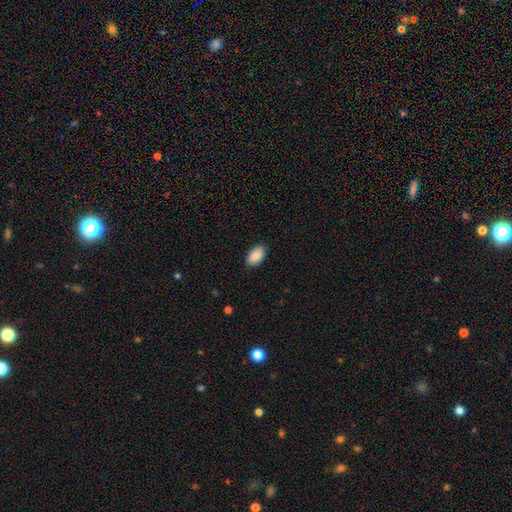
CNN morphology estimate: smooth_or_featured: smooth (p=0.87) [alt: star or artifact p=0.06]
how_rounded: in between (p=0.94) [alt: round p=0.05]
merging: none (p=0.88) [alt: minor disturbance p=0.09]